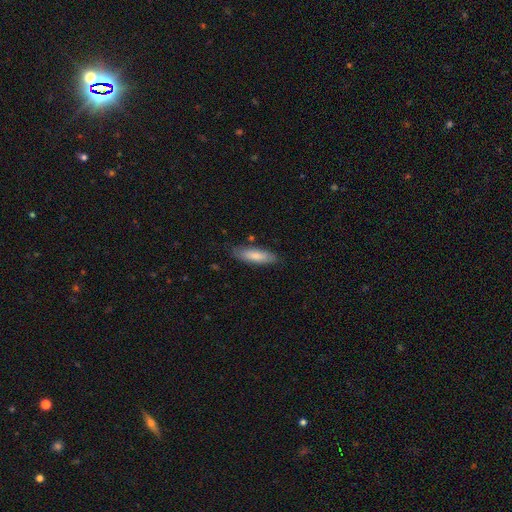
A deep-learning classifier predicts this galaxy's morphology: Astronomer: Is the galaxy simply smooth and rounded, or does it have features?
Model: smooth — 79%.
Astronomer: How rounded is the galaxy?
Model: cigar-shaped — 53% (runner-up: in between, 46%).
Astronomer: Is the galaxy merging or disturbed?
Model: none — 79%.